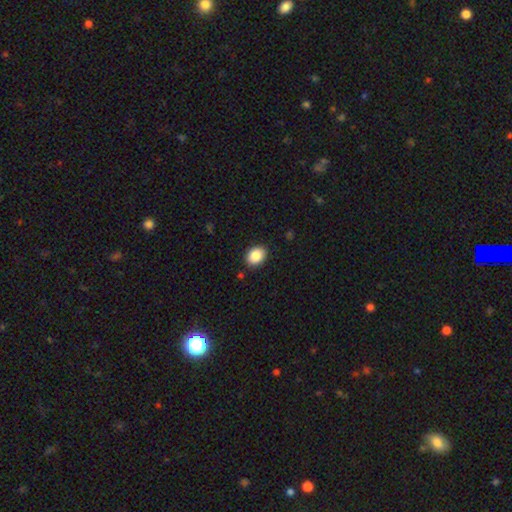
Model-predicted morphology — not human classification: A smooth galaxy with no disk features (87%) that is in between round and cigar-shaped (65%). Merging: none (88%).